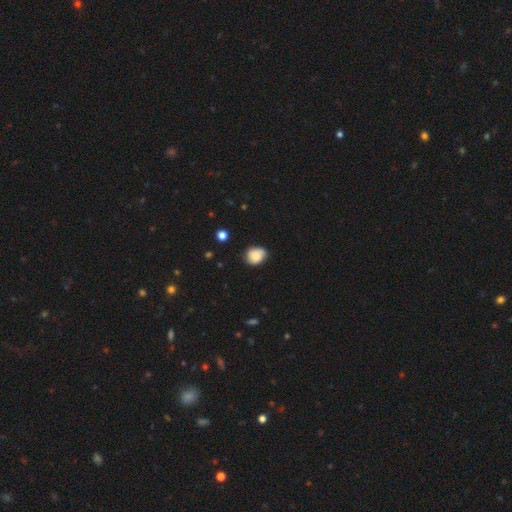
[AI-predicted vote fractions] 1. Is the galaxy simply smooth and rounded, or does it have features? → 81% smooth, 10% featured or disk, 9% star or artifact.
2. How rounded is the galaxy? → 62% round, 37% in between, 1% cigar-shaped.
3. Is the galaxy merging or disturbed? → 68% none, 26% minor disturbance, 4% major disturbance, 2% merger.